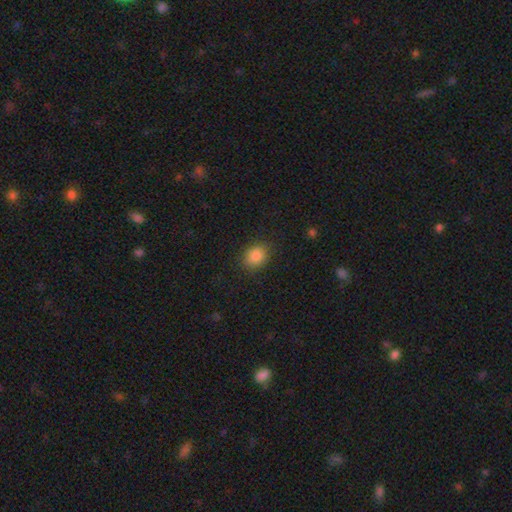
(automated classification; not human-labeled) This appears to be a smooth galaxy with no disk features (86%) that is in between round and cigar-shaped (56%). Merging: none (84%).